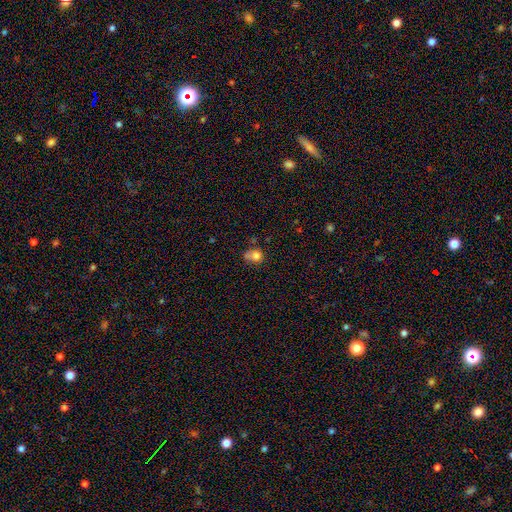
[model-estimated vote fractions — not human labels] Overall: smooth (76%). How rounded: round (65%; in between 34%). Merging: none (40%; minor disturbance 24%).